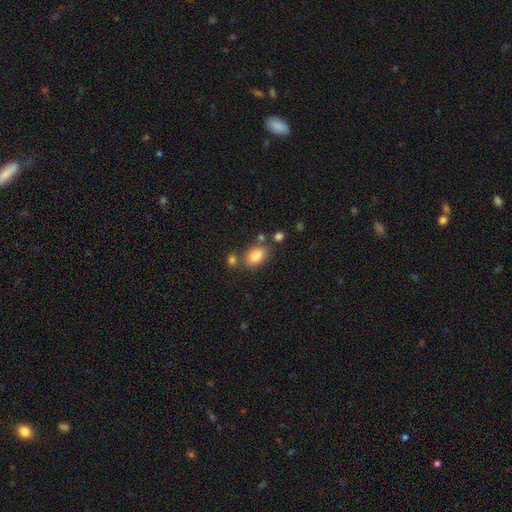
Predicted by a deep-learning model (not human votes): Smooth or featured: smooth — 84% (star or artifact — 8%)
How rounded: in between — 85% (round — 14%)
Merging: none — 68% (minor disturbance — 15%)